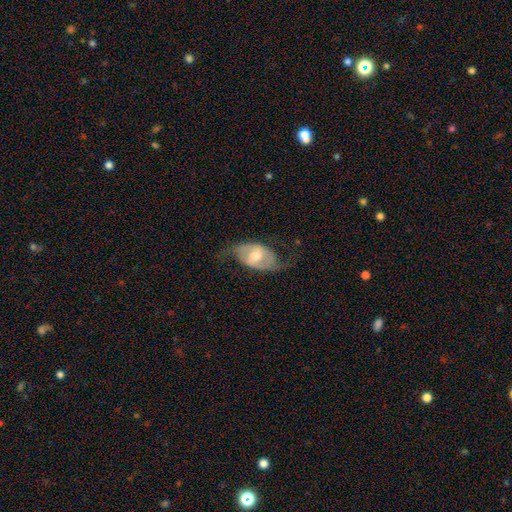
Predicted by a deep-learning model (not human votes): This is likely a featured or disk galaxy (71%). It is clearly not viewed edge-on (94%). Bar: possibly weak (45%). Spiral arm pattern: clearly yes (82%). Spiral arm count: clearly 2 (87%). Spiral winding: possibly loose (46%). Central bulge: likely moderate (67%). Merging: likely none (64%).